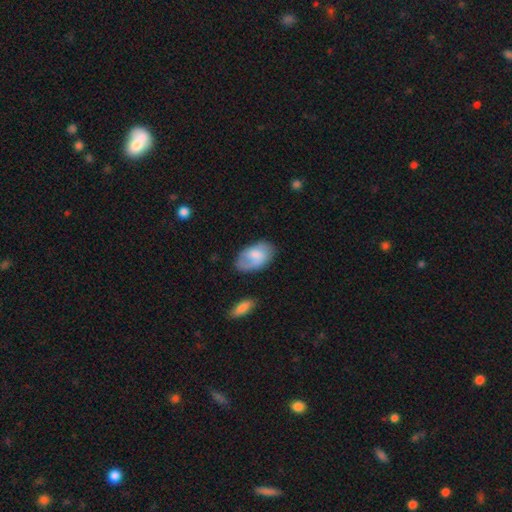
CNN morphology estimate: The model was most divided on "smooth or featured": smooth: 66%, featured or disk: 28%, star or artifact: 7%. More confident: how rounded — in between (92%); merging — none (64%).